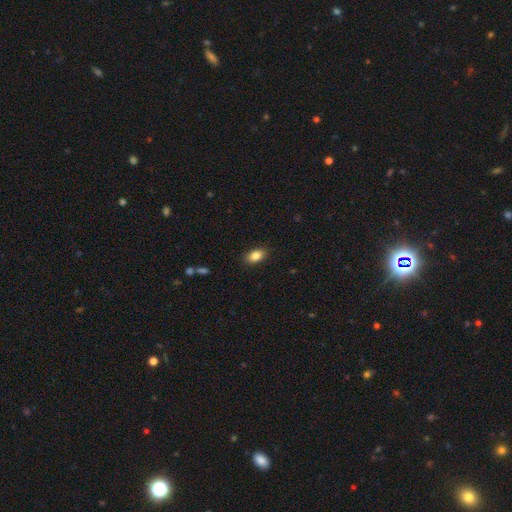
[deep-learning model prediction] smooth_or_featured: smooth (p=0.86) [alt: star or artifact p=0.08]
how_rounded: in between (p=0.88) [alt: round p=0.10]
merging: none (p=0.88) [alt: minor disturbance p=0.09]